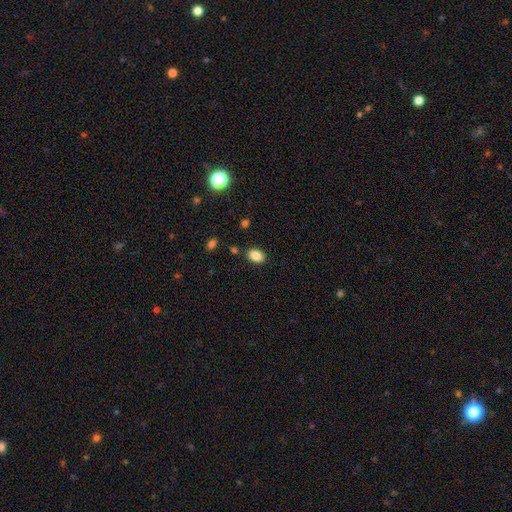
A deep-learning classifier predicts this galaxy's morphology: This appears to be a smooth galaxy with no disk features (86%) that is in between round and cigar-shaped (85%). Merging: none (85%).